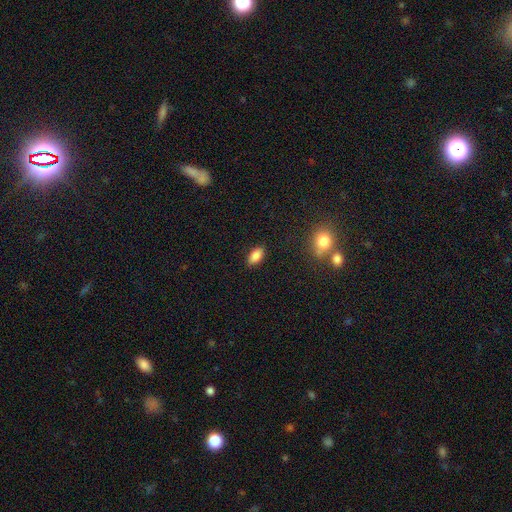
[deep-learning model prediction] Smooth or featured?
  - smooth: 86% *
  - star or artifact: 9%
  - featured or disk: 6%
How rounded?
  - in between: 91% *
  - cigar-shaped: 5%
  - round: 5%
Merging?
  - none: 88% *
  - minor disturbance: 9%
  - major disturbance: 2%
  - merger: 1%